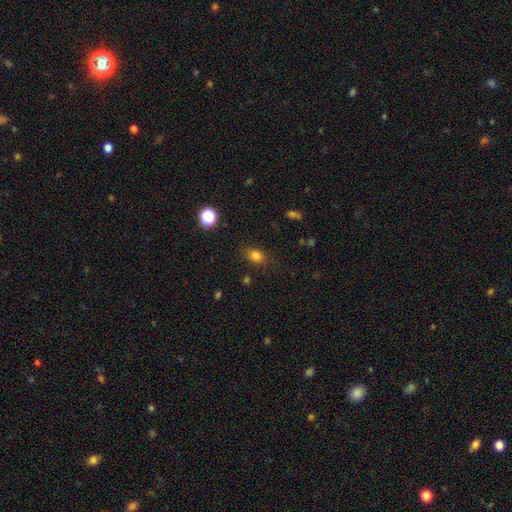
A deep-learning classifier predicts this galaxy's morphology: Smooth or featured? smooth (79%)
How rounded? in between (67%)
Merging? none (81%)